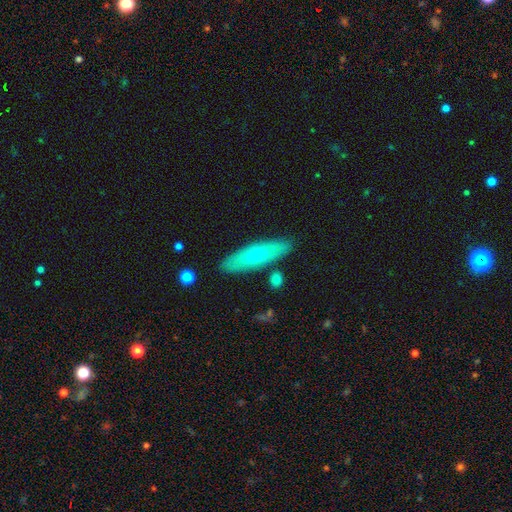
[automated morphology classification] Smooth or featured: smooth — 52% (featured or disk — 42%)
How rounded: cigar-shaped — 60% (in between — 38%)
Merging: none — 85% (minor disturbance — 10%)